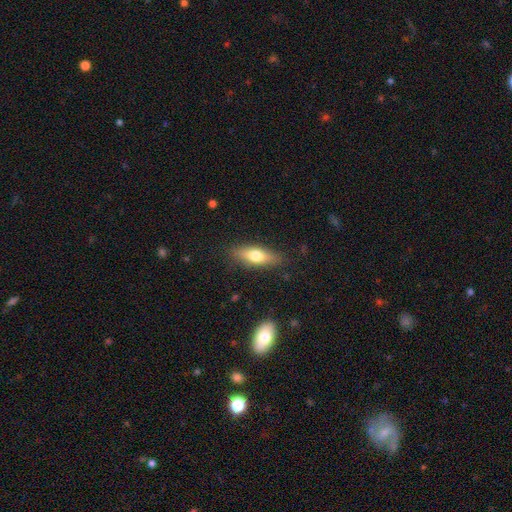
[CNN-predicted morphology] type=smooth (62%); roundness=in between (54%); merging=none (85%).